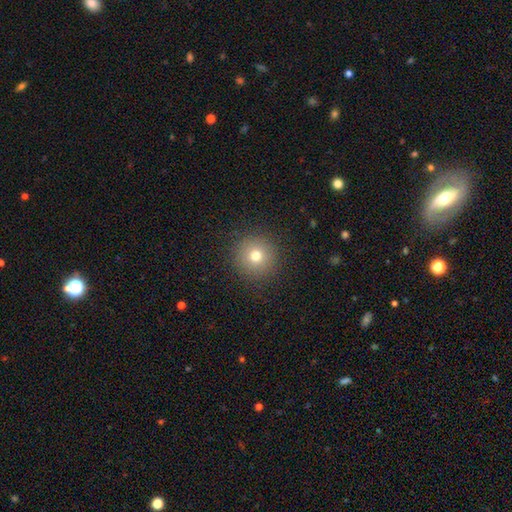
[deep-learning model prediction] Smooth or featured? Predicted: smooth (p=0.74). How rounded? Predicted: round (p=0.96). Merging? Predicted: none (p=0.90).